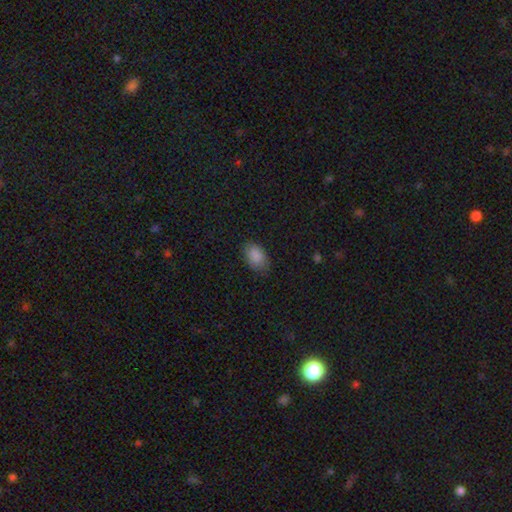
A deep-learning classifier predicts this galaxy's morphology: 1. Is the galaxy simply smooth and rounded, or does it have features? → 88% smooth, 8% star or artifact, 5% featured or disk.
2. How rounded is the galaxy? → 90% in between, 9% round, 1% cigar-shaped.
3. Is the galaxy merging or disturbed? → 80% none, 16% minor disturbance, 3% major disturbance, 1% merger.